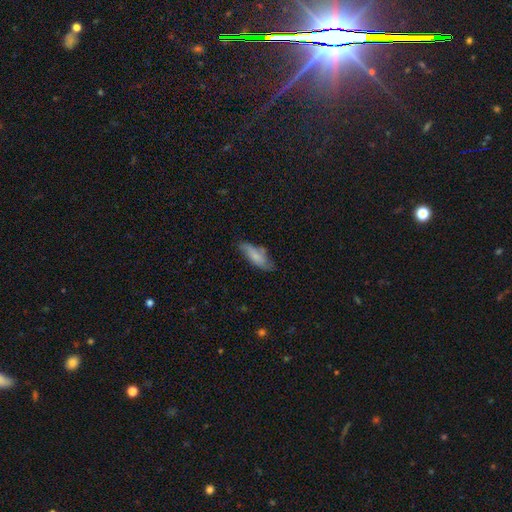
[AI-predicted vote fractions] Smooth or featured? Predicted: smooth (p=0.69). How rounded? Predicted: in between (p=0.63). Merging? Predicted: none (p=0.57).